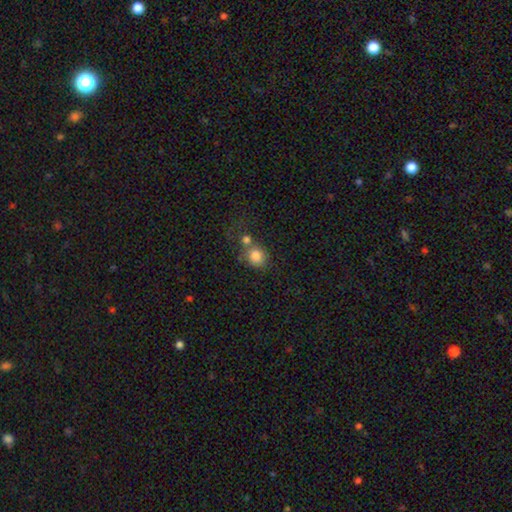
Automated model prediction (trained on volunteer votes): Smooth or featured?
  - smooth: 81% *
  - star or artifact: 10%
  - featured or disk: 8%
How rounded?
  - round: 80% *
  - in between: 19%
  - cigar-shaped: 1%
Merging?
  - none: 47% *
  - merger: 37%
  - minor disturbance: 11%
  - major disturbance: 6%